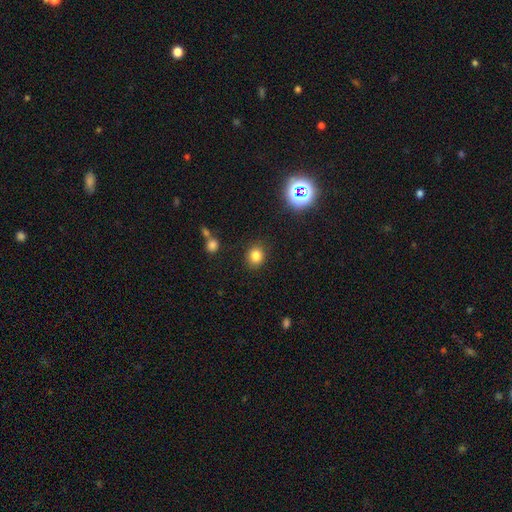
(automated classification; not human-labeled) Smooth or featured? Predicted: smooth (p=0.80). How rounded? Predicted: round (p=0.70). Merging? Predicted: none (p=0.85).